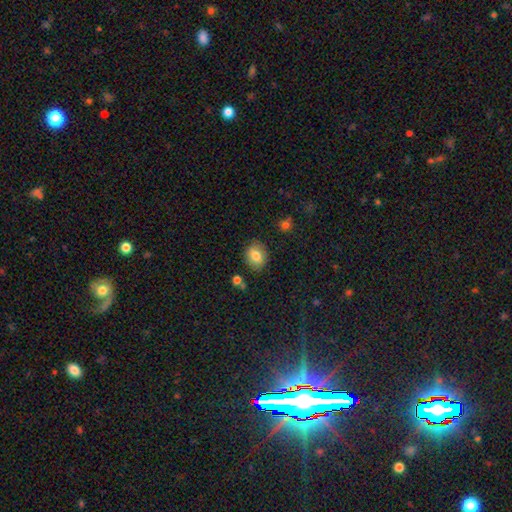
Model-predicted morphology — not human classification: smooth 79%, featured or disk 12%, star or artifact 9%. Down the decision tree: how rounded — in between (50%); merging — none (85%).